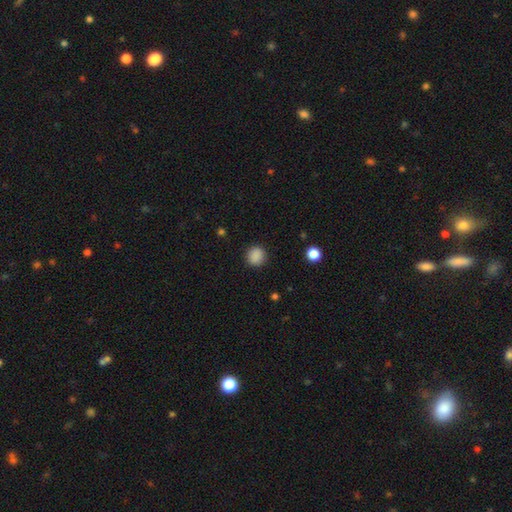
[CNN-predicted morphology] A smooth galaxy with no disk features (87%) that is round (88%). Merging: none (89%).